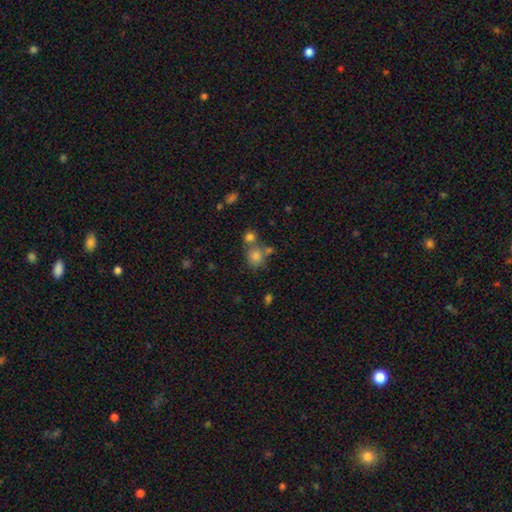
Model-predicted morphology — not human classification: Overall: smooth (74%). How rounded: round (79%). Merging: none (56%; merger 30%).